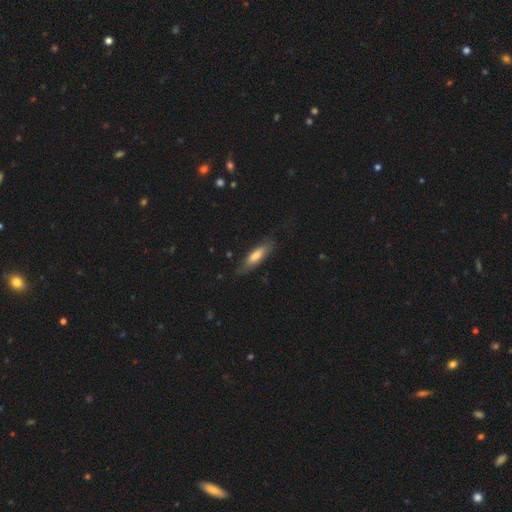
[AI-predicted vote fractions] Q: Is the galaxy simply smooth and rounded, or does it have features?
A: smooth — 66%.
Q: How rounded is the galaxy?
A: cigar-shaped — 62%.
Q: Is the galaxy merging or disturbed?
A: none — 76%.